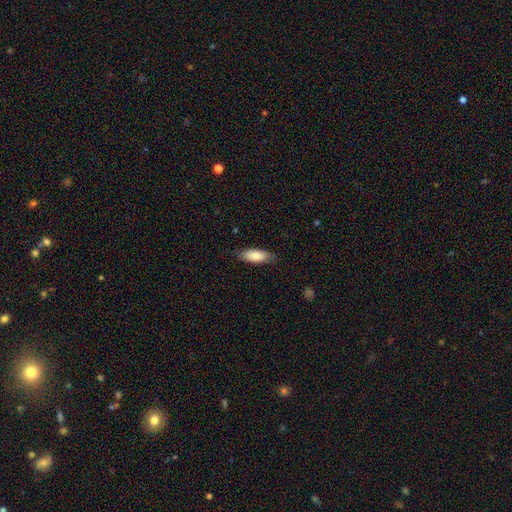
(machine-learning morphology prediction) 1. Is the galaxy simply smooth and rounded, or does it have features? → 79% smooth, 15% featured or disk, 6% star or artifact.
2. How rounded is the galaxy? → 76% in between, 22% cigar-shaped, 2% round.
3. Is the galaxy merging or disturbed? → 80% none, 16% minor disturbance, 3% major disturbance, 1% merger.